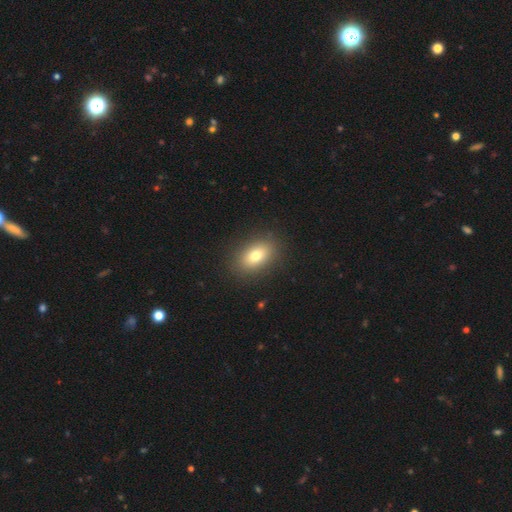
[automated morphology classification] Smooth or featured?
  - smooth: 77% *
  - featured or disk: 14%
  - star or artifact: 10%
How rounded?
  - in between: 85% *
  - round: 12%
  - cigar-shaped: 3%
Merging?
  - none: 88% *
  - minor disturbance: 8%
  - major disturbance: 3%
  - merger: 1%